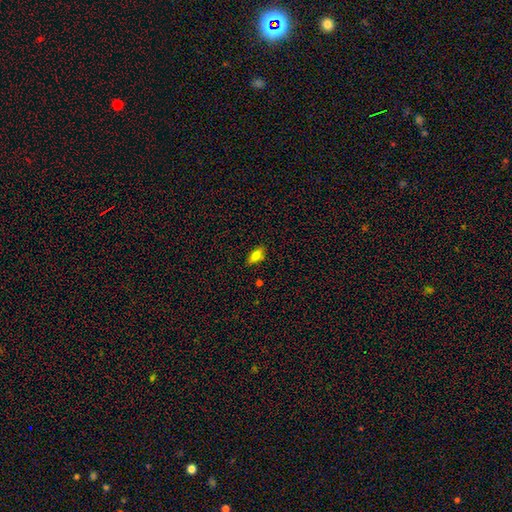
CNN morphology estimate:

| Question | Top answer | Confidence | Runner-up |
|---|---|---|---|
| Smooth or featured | smooth | 76% | featured or disk (15%) |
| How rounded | in between | 87% | cigar-shaped (9%) |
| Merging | none | 85% | minor disturbance (11%) |